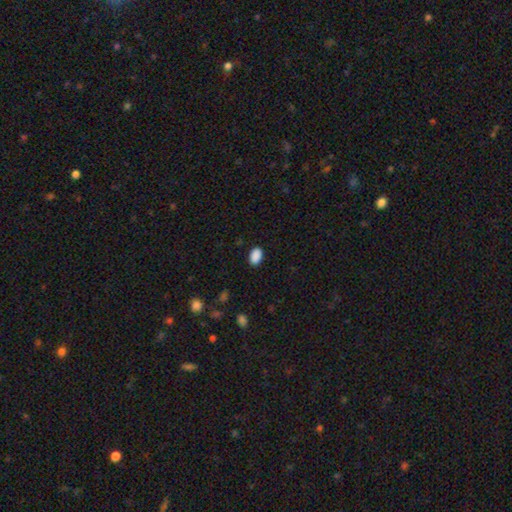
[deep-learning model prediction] Q: Smooth or featured?
A: smooth (89%); runner-up: star or artifact (8%)
Q: How rounded?
A: in between (90%); runner-up: round (8%)
Q: Merging?
A: none (87%); runner-up: minor disturbance (10%)